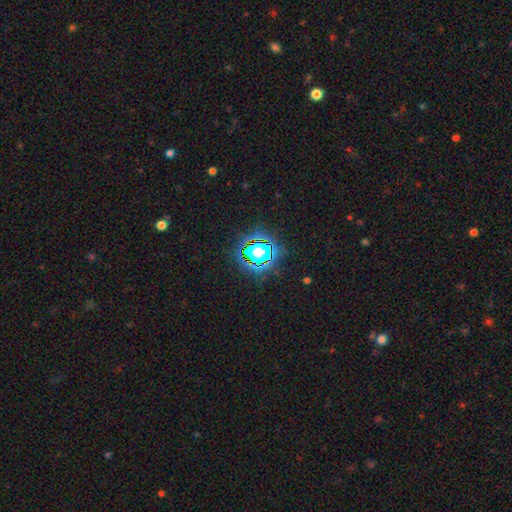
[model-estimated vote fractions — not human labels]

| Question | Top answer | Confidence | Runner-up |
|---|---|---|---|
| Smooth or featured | star or artifact | 61% | smooth (27%) |